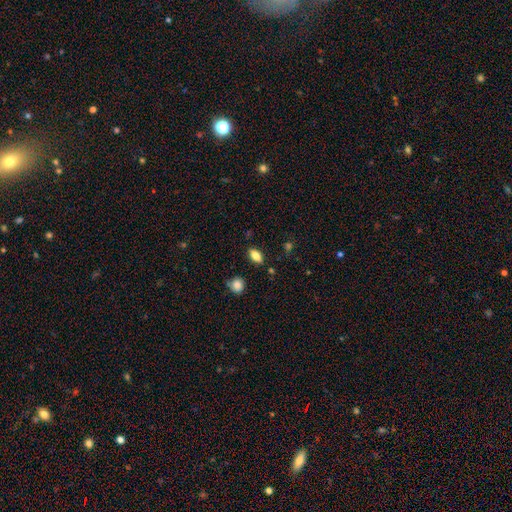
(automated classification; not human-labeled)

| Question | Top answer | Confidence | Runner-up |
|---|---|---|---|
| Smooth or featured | smooth | 81% | featured or disk (11%) |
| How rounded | in between | 84% | cigar-shaped (9%) |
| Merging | none | 84% | minor disturbance (11%) |